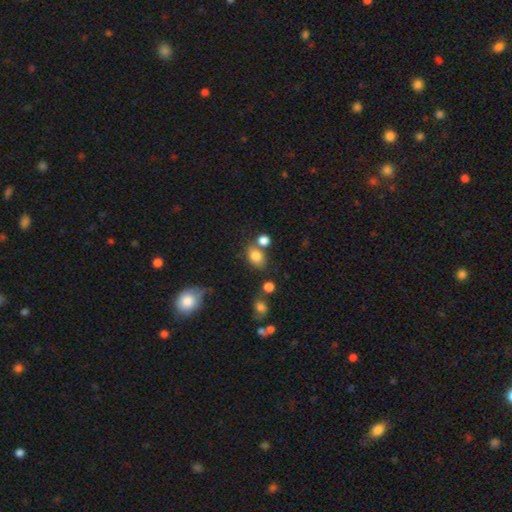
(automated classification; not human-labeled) Smooth or featured?
  - smooth: 81% *
  - star or artifact: 11%
  - featured or disk: 8%
How rounded?
  - in between: 75% *
  - round: 24%
  - cigar-shaped: 1%
Merging?
  - none: 62% *
  - merger: 18%
  - minor disturbance: 15%
  - major disturbance: 5%